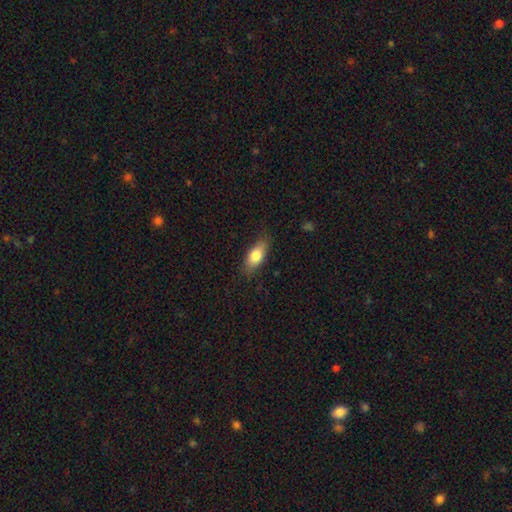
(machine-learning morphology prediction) A smooth galaxy with no disk features (79%) that is in between round and cigar-shaped (80%).

Vote fractions:
- Smooth or featured? smooth: 79% / featured or disk: 15% / star or artifact: 6%
- How rounded? in between: 80% / cigar-shaped: 16% / round: 3%
- Merging? none: 81% / minor disturbance: 15% / major disturbance: 3% / merger: 1%